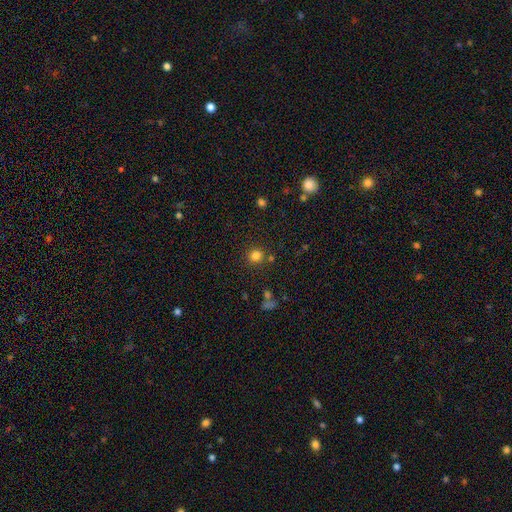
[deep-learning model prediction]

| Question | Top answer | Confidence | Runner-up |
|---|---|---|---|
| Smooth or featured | smooth | 80% | star or artifact (15%) |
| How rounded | round | 91% | in between (8%) |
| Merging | none | 83% | minor disturbance (8%) |